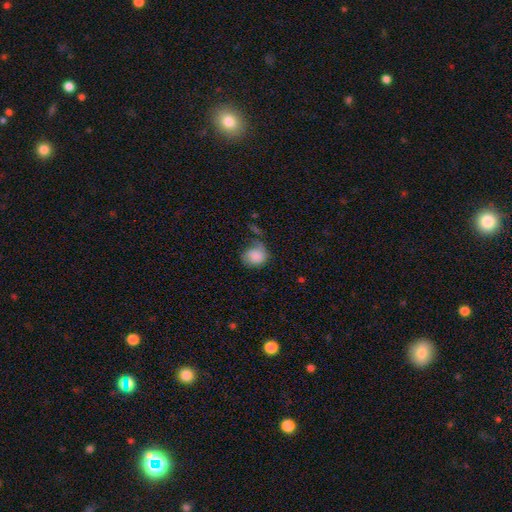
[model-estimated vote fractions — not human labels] A smooth galaxy with no disk features (81%) that is round (66%).

Vote fractions:
- Smooth or featured? smooth: 81% / featured or disk: 11% / star or artifact: 8%
- How rounded? round: 66% / in between: 33% / cigar-shaped: 1%
- Merging? none: 41% / minor disturbance: 29% / major disturbance: 24% / merger: 6%